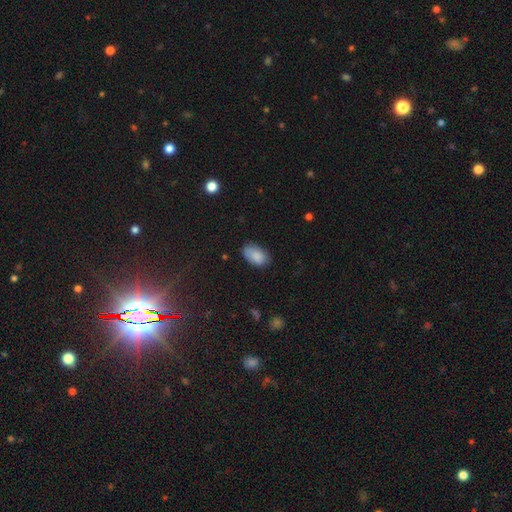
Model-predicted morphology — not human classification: smooth-or-featured: smooth: 86% | star or artifact: 7% | featured or disk: 7%
  how-rounded: in between: 93% | round: 6% | cigar-shaped: 1%
  merging: none: 73% | minor disturbance: 22% | major disturbance: 4% | merger: 1%